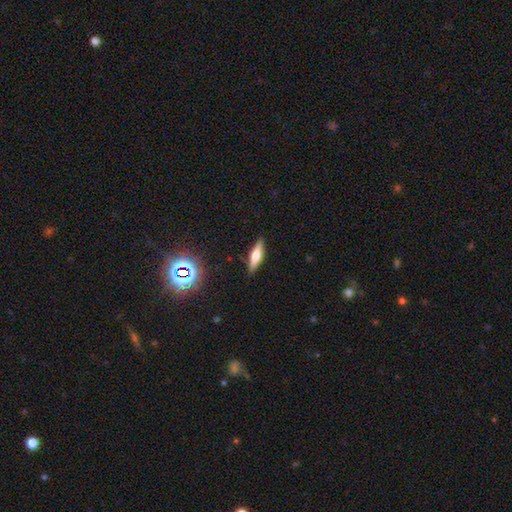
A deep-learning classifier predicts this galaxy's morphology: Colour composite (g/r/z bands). It shows a smooth galaxy with no disk features (46%). Merging: none (88%).